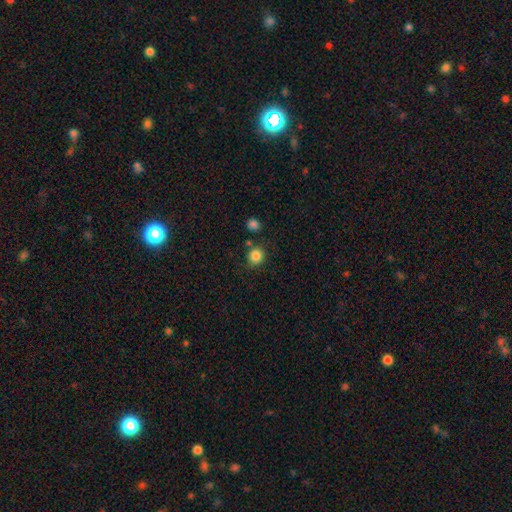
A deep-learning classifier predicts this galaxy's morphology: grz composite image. It shows a smooth galaxy with no disk features (85%) that is round (88%). Merging: none (79%).